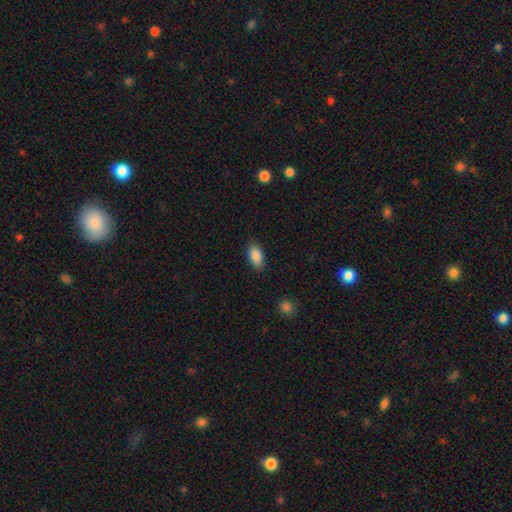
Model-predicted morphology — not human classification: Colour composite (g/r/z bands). It shows a smooth galaxy with no disk features (88%) that is in between round and cigar-shaped (92%). Merging: none (86%).